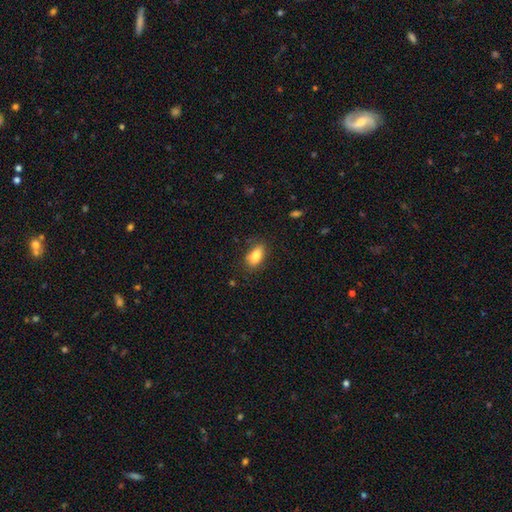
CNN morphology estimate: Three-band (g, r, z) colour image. It shows a smooth galaxy with no disk features (84%) that is in between round and cigar-shaped (88%). Merging: none (79%).